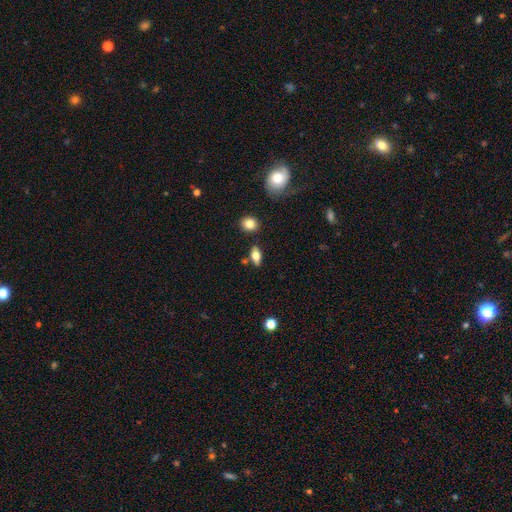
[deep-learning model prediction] The model was most divided on "smooth or featured": smooth: 64%, featured or disk: 27%, star or artifact: 9%. More confident: how rounded — in between (80%); merging — none (78%).